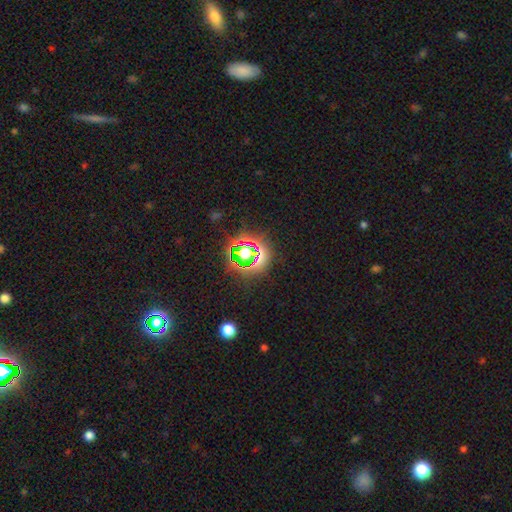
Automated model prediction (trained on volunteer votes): This appears to be a star or artifact, not a galaxy (67%).